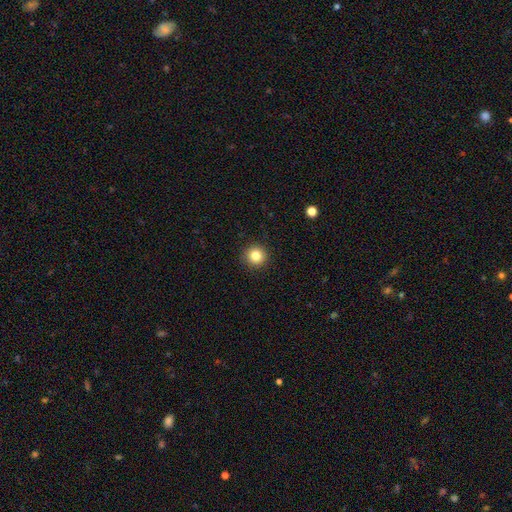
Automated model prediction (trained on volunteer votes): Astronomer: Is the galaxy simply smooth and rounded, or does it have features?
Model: smooth — 83%.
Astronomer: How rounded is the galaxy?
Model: round — 95%.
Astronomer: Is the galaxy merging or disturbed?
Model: none — 92%.